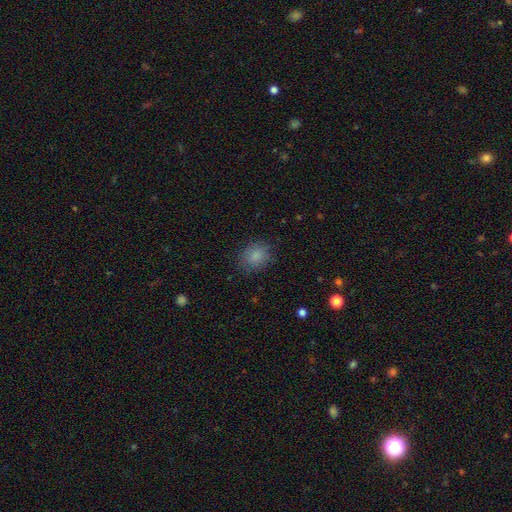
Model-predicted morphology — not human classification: Smooth or featured? Predicted: smooth (p=0.85). How rounded? Predicted: round (p=0.58). Merging? Predicted: none (p=0.81).